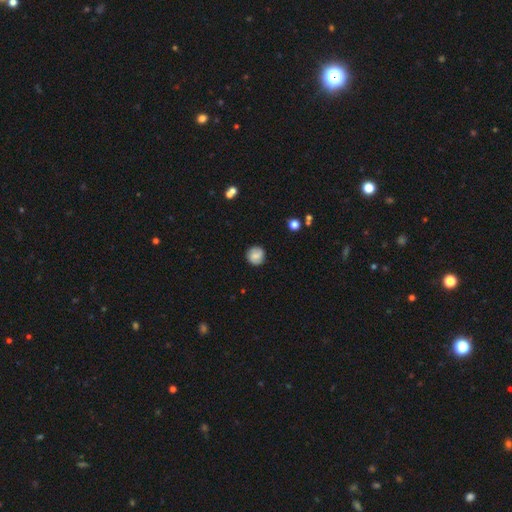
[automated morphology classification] type=smooth (65%); roundness=round (91%); merging=none (86%).